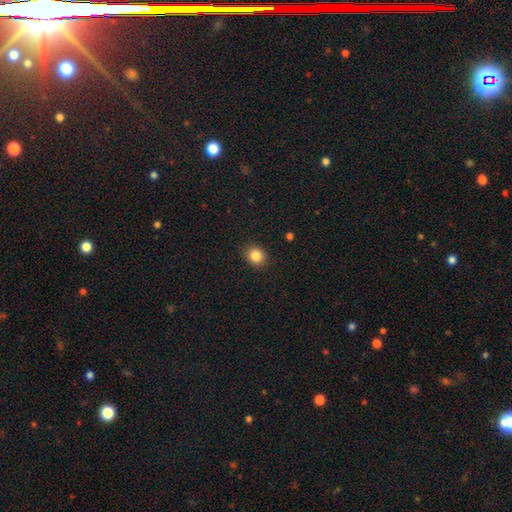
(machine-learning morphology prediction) Smooth or featured: smooth — 85% (star or artifact — 11%)
How rounded: round — 77% (in between — 22%)
Merging: none — 90% (minor disturbance — 7%)